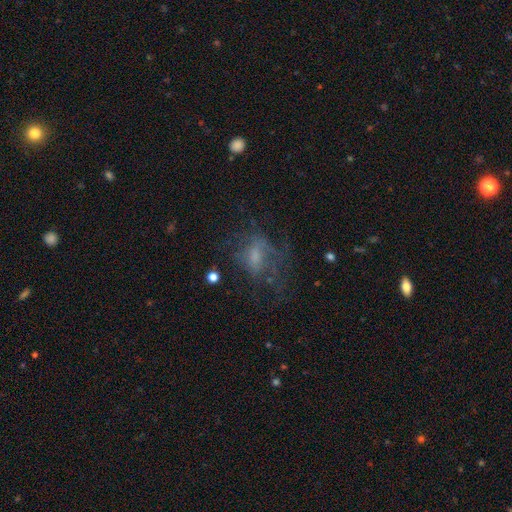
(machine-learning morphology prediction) A featured or disk galaxy (42%).

Vote fractions:
- Smooth or featured? featured or disk: 42% / smooth: 40% / star or artifact: 18%
- Merging? none: 39% / major disturbance: 38% / minor disturbance: 19% / merger: 3%